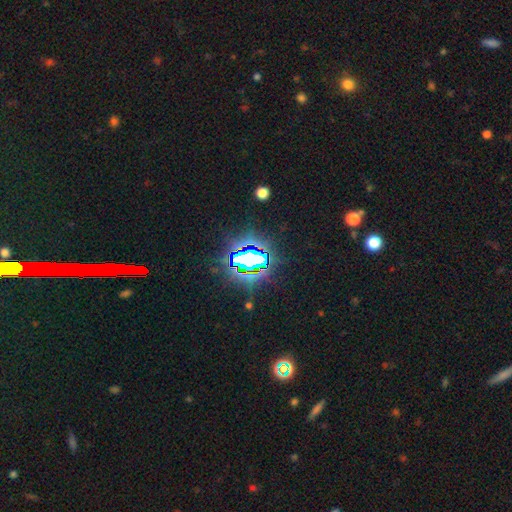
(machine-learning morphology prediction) A star or artifact, not a galaxy (75%).